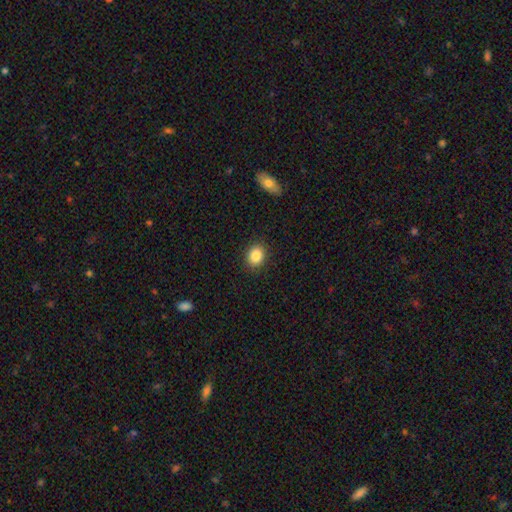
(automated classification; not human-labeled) Q: Smooth or featured?
A: smooth (86%); runner-up: star or artifact (9%)
Q: How rounded?
A: round (51%); runner-up: in between (48%)
Q: Merging?
A: none (89%); runner-up: minor disturbance (8%)